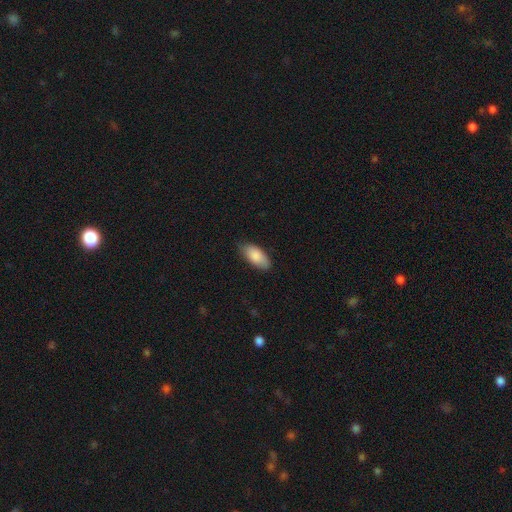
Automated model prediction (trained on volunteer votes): Morphology: type=smooth (87%); roundness=in between (90%); merging=none (82%).